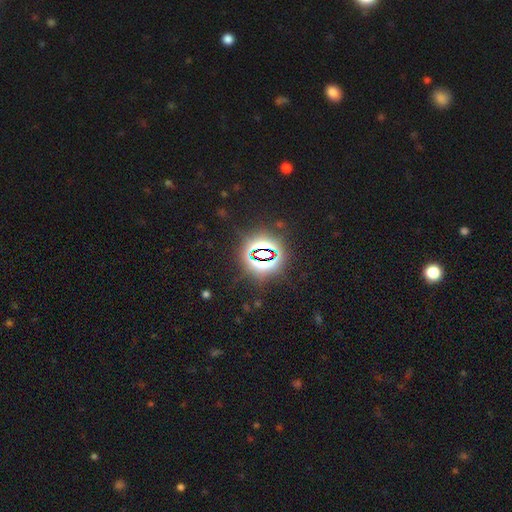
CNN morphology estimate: This appears to be a star or artifact, not a galaxy (80%).